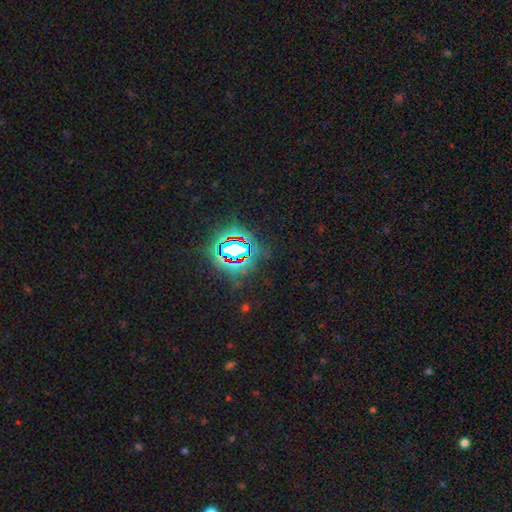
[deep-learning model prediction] Smooth or featured: star or artifact — 83% (smooth — 10%)